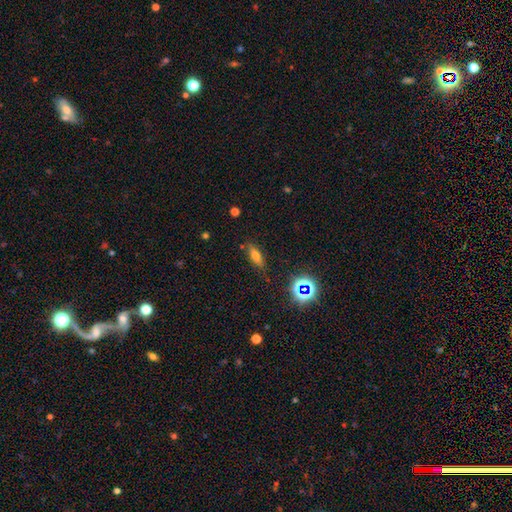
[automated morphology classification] smooth-or-featured: smooth: 61% | featured or disk: 21% | star or artifact: 17%
  how-rounded: in between: 57% | cigar-shaped: 37% | round: 5%
  merging: none: 81% | minor disturbance: 13% | major disturbance: 4% | merger: 2%